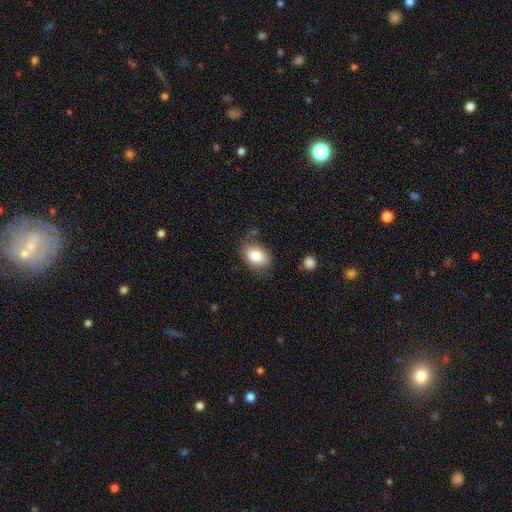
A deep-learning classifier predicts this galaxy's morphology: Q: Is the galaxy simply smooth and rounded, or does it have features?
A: smooth — 81%.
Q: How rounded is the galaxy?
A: in between — 81%.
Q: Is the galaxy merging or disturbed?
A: none — 77%.